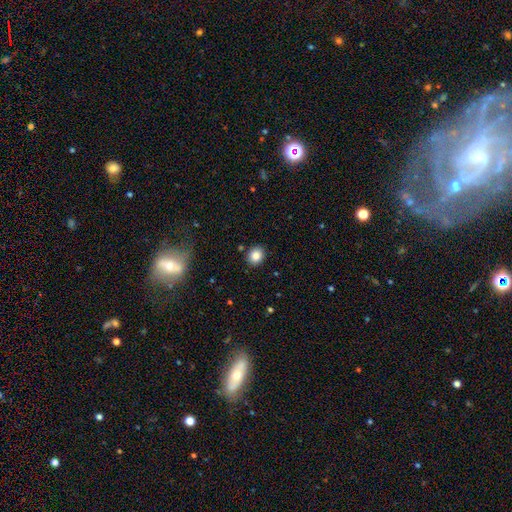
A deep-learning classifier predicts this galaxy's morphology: Smooth or featured? Predicted: smooth (p=0.84). How rounded? Predicted: round (p=0.69). Merging? Predicted: none (p=0.88).